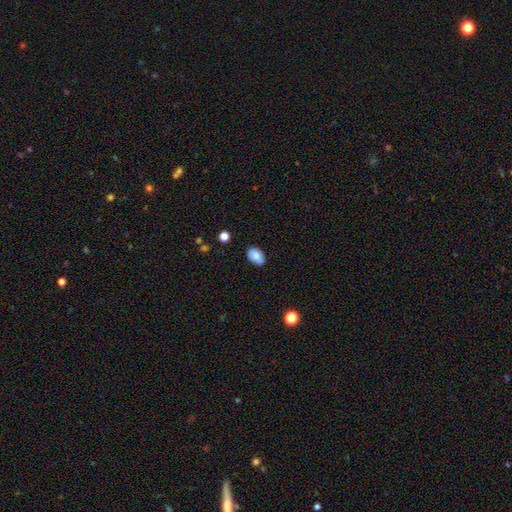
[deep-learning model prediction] Smooth or featured? smooth (79%)
How rounded? in between (88%)
Merging? none (80%)